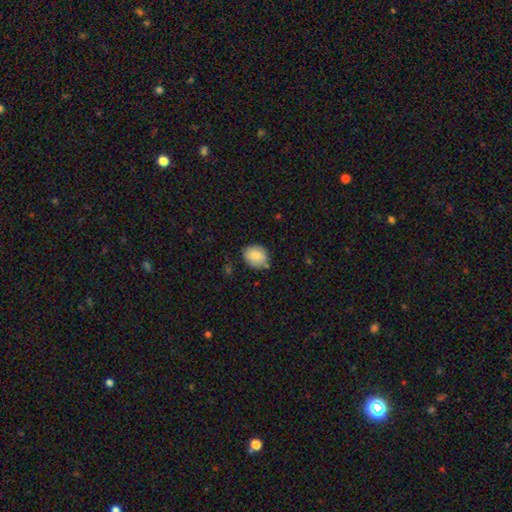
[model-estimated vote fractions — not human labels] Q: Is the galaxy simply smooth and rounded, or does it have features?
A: smooth — 82%.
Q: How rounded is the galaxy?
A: round — 68%.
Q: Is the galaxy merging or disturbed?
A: none — 73%.